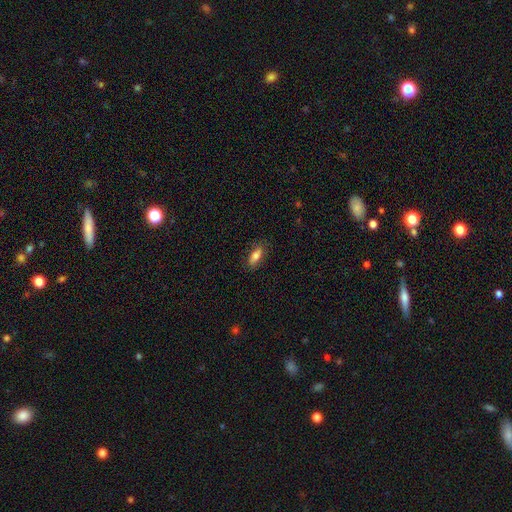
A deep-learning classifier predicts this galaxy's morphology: Q: Smooth or featured?
A: smooth (76%); runner-up: featured or disk (16%)
Q: How rounded?
A: in between (74%); runner-up: cigar-shaped (23%)
Q: Merging?
A: none (82%); runner-up: minor disturbance (13%)